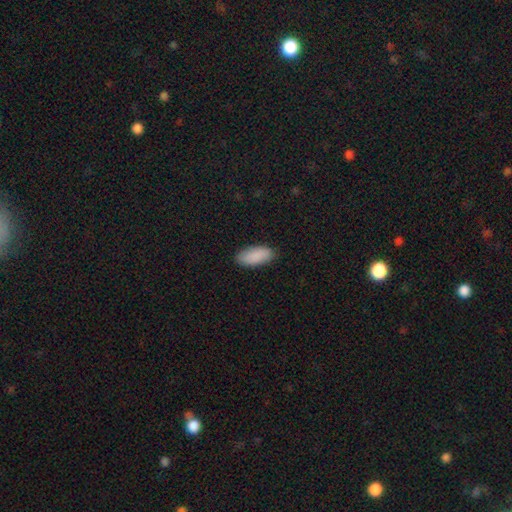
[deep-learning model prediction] smooth 89%, star or artifact 6%, featured or disk 5%. Down the decision tree: how rounded — in between (87%); merging — none (85%).